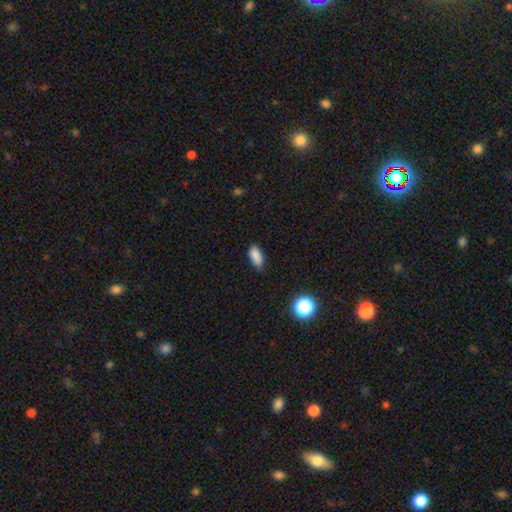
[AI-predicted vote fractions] smooth 85%, star or artifact 10%, featured or disk 5%. Down the decision tree: how rounded — in between (80%); merging — none (74%).